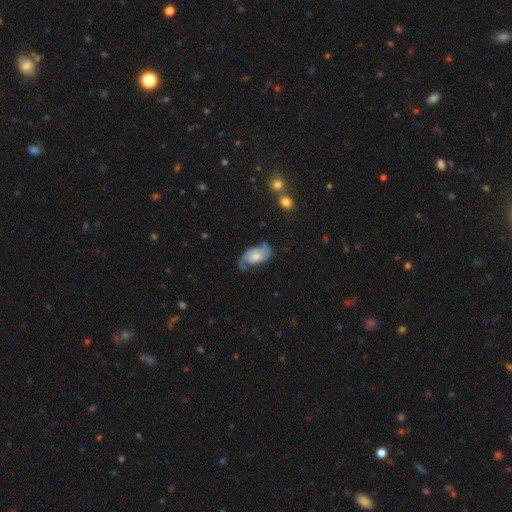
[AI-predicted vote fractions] A featured or disk galaxy (63%) with no bar (70%), 2 (77%) medium (42%) spiral arms (86%) and a moderate central bulge (41%). Merging: none (52%).